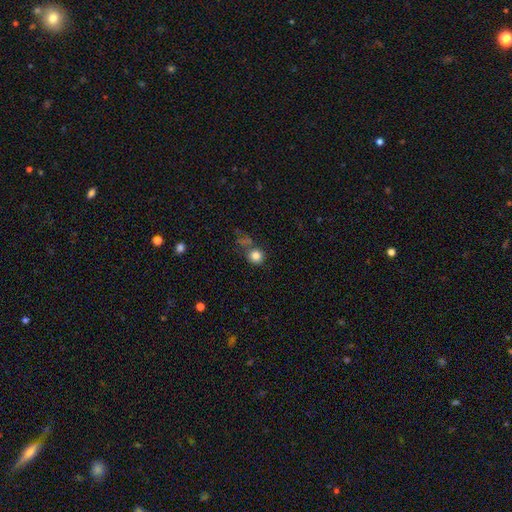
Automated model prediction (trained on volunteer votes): Smooth or featured? Predicted: smooth (p=0.82). How rounded? Predicted: round (p=0.90). Merging? Predicted: none (p=0.68).